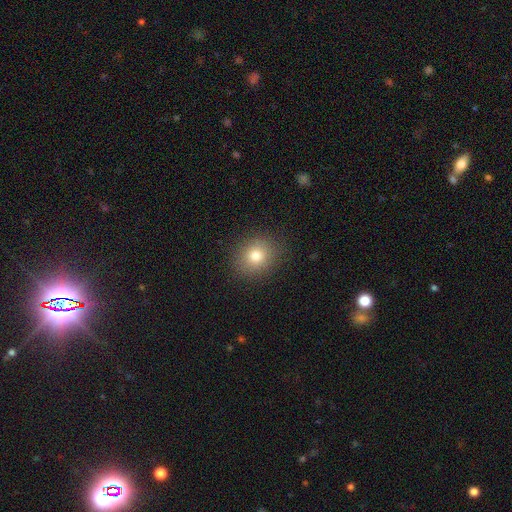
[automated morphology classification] A smooth galaxy with no disk features (78%) that is round (69%).

Vote fractions:
- Smooth or featured? smooth: 78% / star or artifact: 12% / featured or disk: 9%
- How rounded? round: 69% / in between: 30% / cigar-shaped: 1%
- Merging? none: 87% / minor disturbance: 9% / major disturbance: 3% / merger: 1%